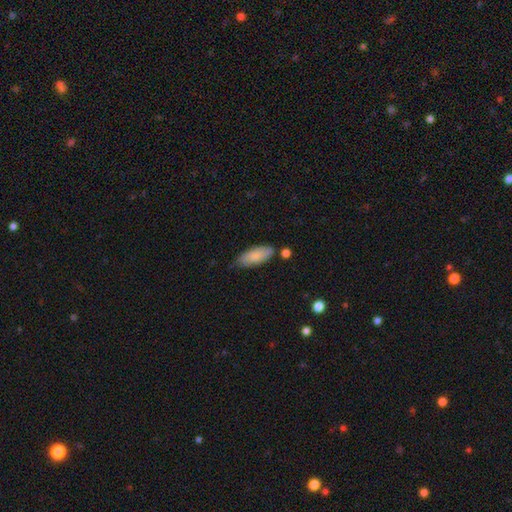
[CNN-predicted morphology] This appears to be a smooth galaxy with no disk features (80%) that is in between round and cigar-shaped (80%). Merging: none (67%).